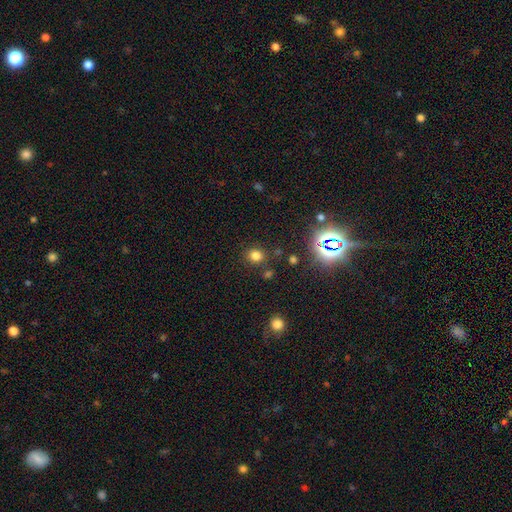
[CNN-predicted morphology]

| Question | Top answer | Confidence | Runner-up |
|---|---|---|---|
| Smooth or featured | smooth | 74% | star or artifact (20%) |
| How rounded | round | 78% | in between (21%) |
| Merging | none | 83% | minor disturbance (9%) |